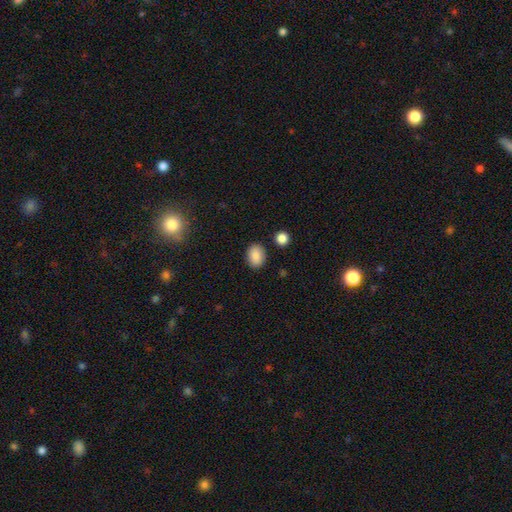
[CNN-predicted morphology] Overall: smooth (88%). How rounded: in between (70%). Merging: none (86%).